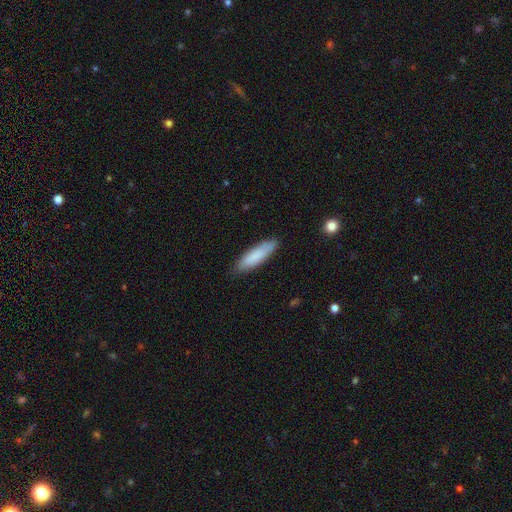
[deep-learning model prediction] This is clearly a smooth galaxy (81%). How rounded: likely cigar-shaped (64%). Merging: clearly none (82%).